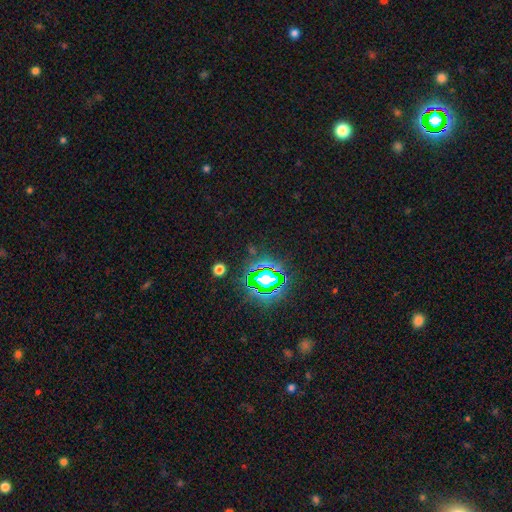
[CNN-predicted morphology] Q: Smooth or featured?
A: star or artifact (81%); runner-up: smooth (12%)